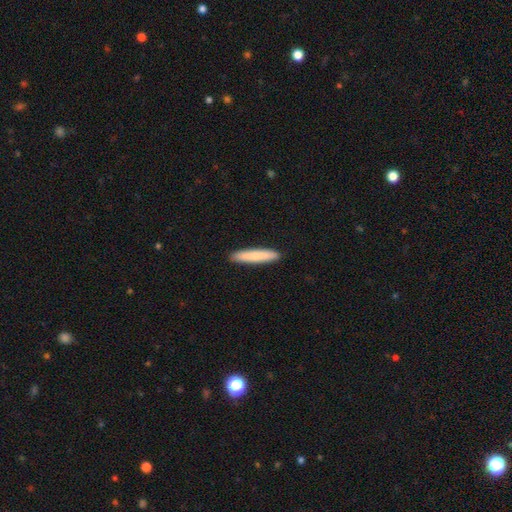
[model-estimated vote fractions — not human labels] smooth_or_featured: smooth (p=0.81) [alt: featured or disk p=0.14]
how_rounded: cigar-shaped (p=0.91) [alt: in between p=0.08]
merging: none (p=0.92) [alt: minor disturbance p=0.06]